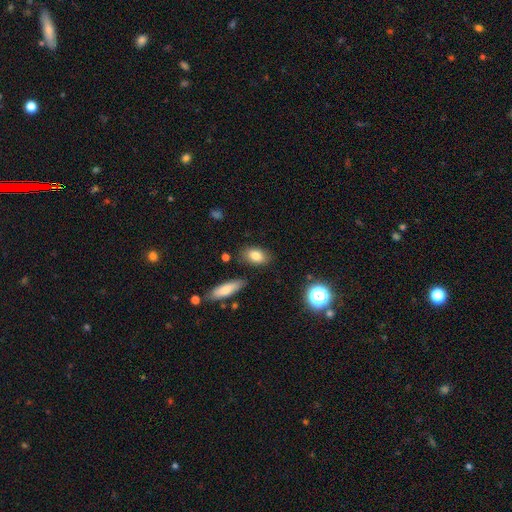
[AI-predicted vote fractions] This appears to be a smooth galaxy with no disk features (82%) that is in between round and cigar-shaped (84%). Merging: none (82%).